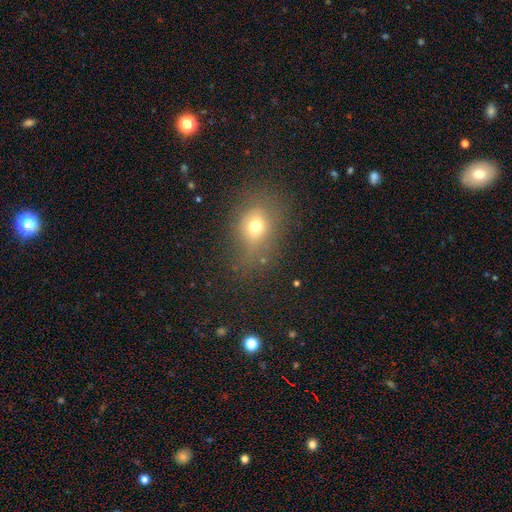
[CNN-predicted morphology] A smooth galaxy with no disk features (63%) that is in between round and cigar-shaped (54%). Merging: none (67%).